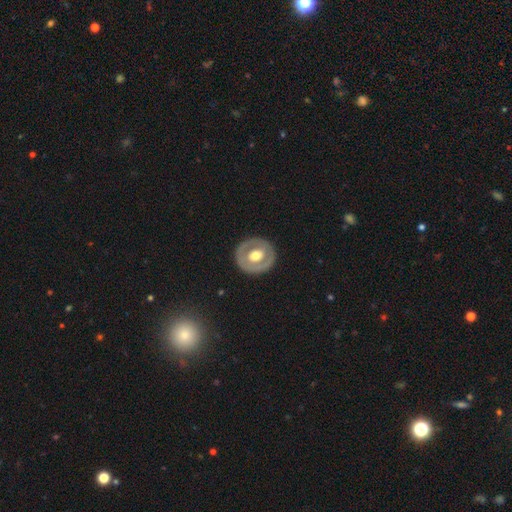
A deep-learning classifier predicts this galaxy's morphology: This appears to be a featured or disk galaxy (55%) with no bar (70%), no spiral arms (86%) and a moderate central bulge (63%). Merging: none (85%).